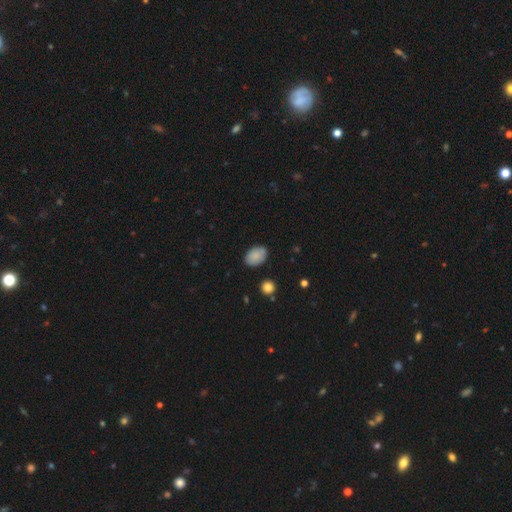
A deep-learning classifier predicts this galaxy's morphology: This appears to be a smooth galaxy with no disk features (86%) that is in between round and cigar-shaped (87%). Merging: none (82%).